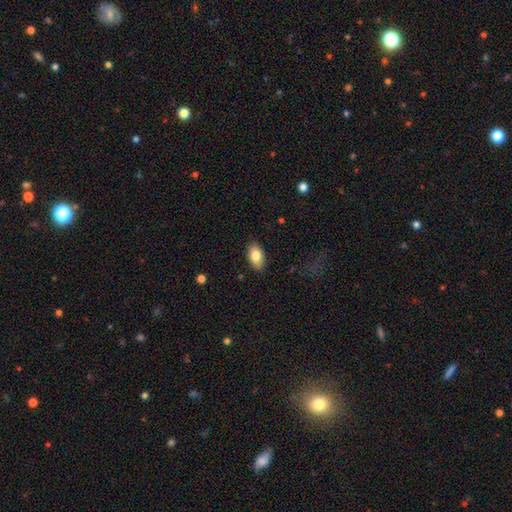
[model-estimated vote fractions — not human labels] Smooth or featured? Predicted: smooth (p=0.83). How rounded? Predicted: in between (p=0.93). Merging? Predicted: none (p=0.86).